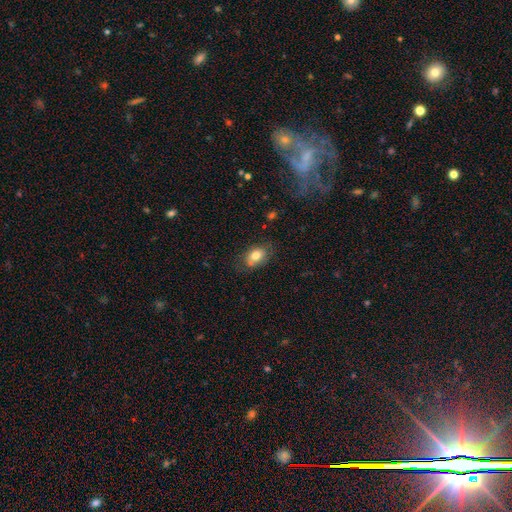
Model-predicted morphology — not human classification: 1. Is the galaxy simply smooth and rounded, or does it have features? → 77% smooth, 14% featured or disk, 9% star or artifact.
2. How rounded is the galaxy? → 80% in between, 18% round, 2% cigar-shaped.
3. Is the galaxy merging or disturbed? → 65% none, 21% minor disturbance, 9% merger, 5% major disturbance.